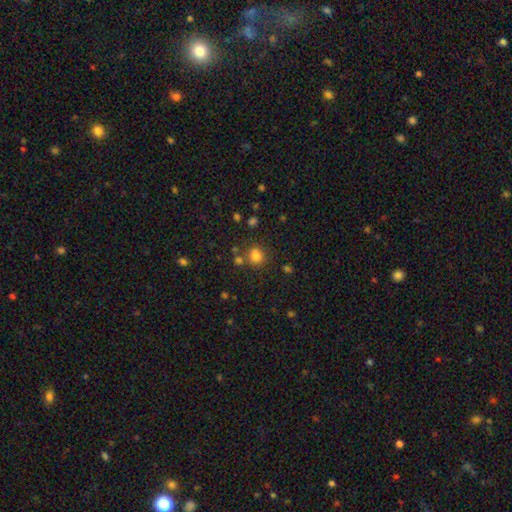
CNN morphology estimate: type=smooth (80%); roundness=round (61%); merging=none (69%).